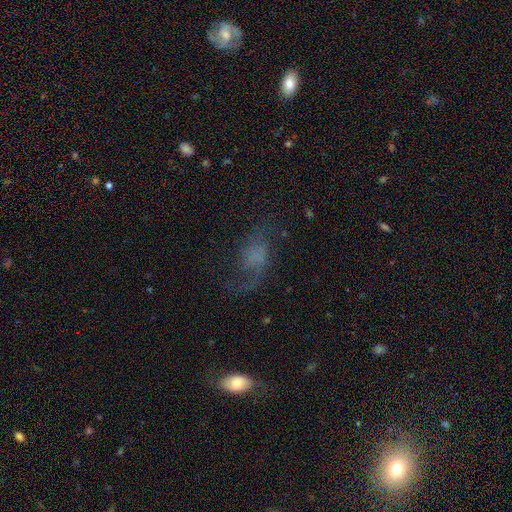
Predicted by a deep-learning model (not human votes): A featured or disk galaxy (60%) with no bar (65%), spiral arms (84%) and no central bulge (54%). Merging: none (53%).